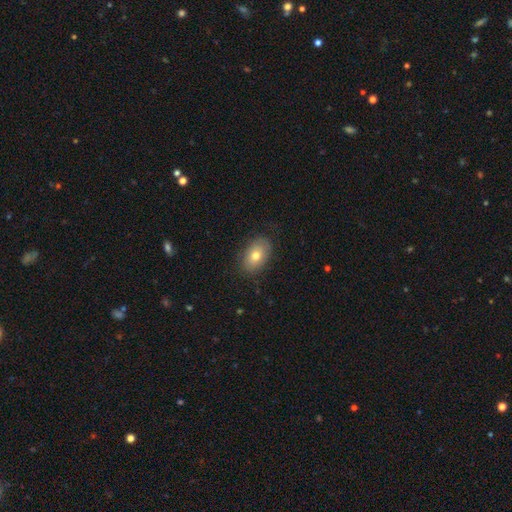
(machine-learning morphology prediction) The model was most divided on "smooth or featured": smooth: 71%, featured or disk: 21%, star or artifact: 8%. More confident: how rounded — in between (87%); merging — none (82%).